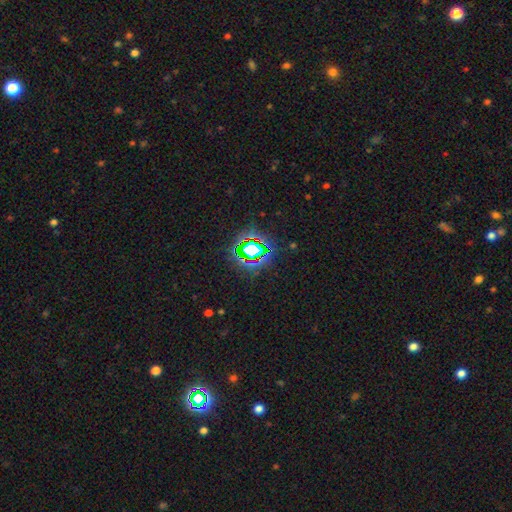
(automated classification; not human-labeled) A star or artifact, not a galaxy (72%).